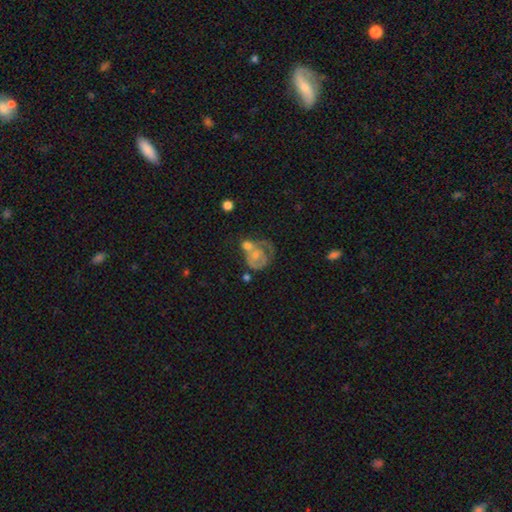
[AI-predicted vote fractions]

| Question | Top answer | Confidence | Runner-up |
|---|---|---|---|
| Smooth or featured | featured or disk | 60% | smooth (32%) |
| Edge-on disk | no | 98% | yes (2%) |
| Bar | no | 83% | weak (14%) |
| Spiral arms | yes | 53% | no (47%) |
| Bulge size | small | 46% | moderate (39%) |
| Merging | merger | 35% | none (26%) |